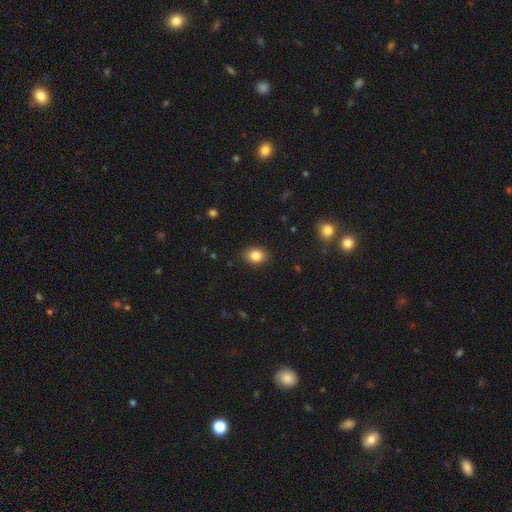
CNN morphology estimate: Smooth or featured? smooth (84%)
How rounded? in between (66%)
Merging? none (86%)